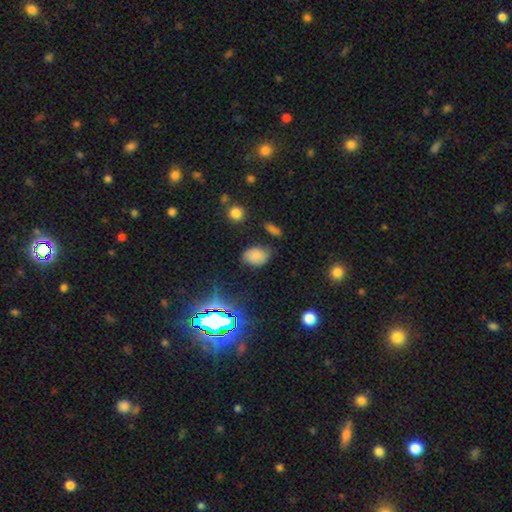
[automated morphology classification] Overall: smooth (73%). How rounded: in between (81%). Merging: none (74%).